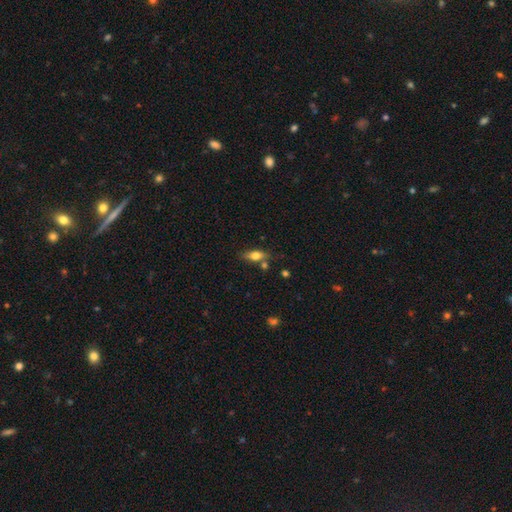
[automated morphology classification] Overall: smooth (60%; featured or disk 32%). How rounded: in between (67%; cigar-shaped 28%). Merging: none (70%).